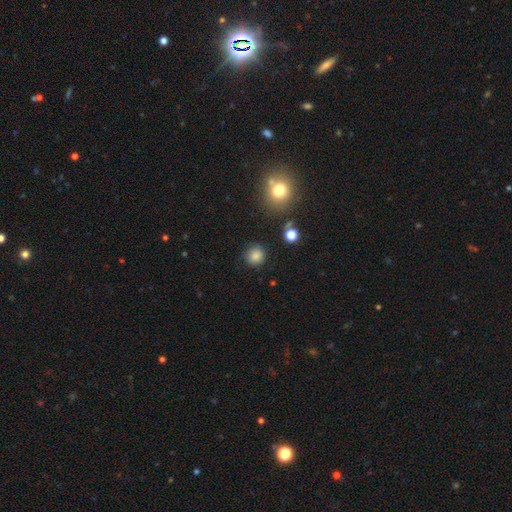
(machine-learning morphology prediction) This appears to be a smooth galaxy with no disk features (81%) that is round (91%). Merging: none (84%).